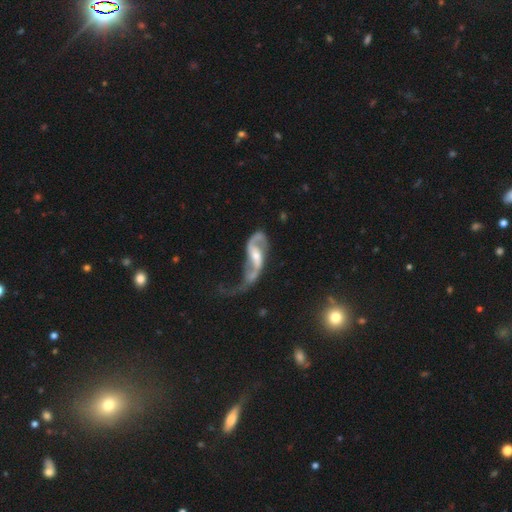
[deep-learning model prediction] A featured or disk galaxy (88%) with a weak bar (42%), 2 (86%) loose (73%) spiral arms (94%) and a moderate central bulge (49%).

Vote fractions:
- Smooth or featured? featured or disk: 88% / smooth: 7% / star or artifact: 5%
- Edge-on disk? no: 95% / yes: 5%
- Bar? weak: 42% / strong: 30% / no: 28%
- Spiral arms? yes: 94% / no: 6%
- Spiral winding? loose: 73% / medium: 20% / tight: 7%
- Spiral arm count? 2: 86% / 1: 8% / can't tell: 3% / 3: 1% / 4: 1% / more than 4: 1%
- Bulge size? moderate: 49% / small: 41% / none: 4% / large: 4% / dominant: 1%
- Merging? major disturbance: 43% / none: 28% / minor disturbance: 19% / merger: 9%